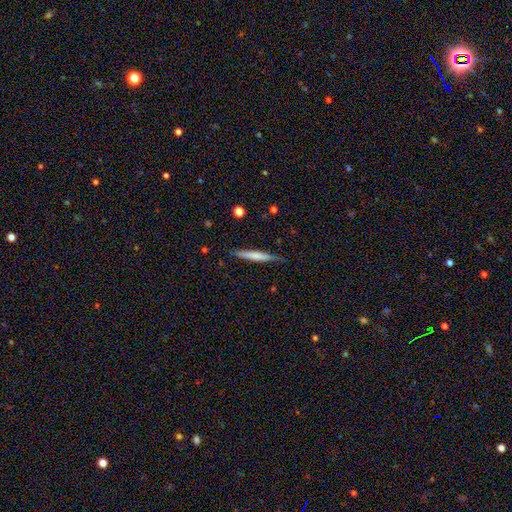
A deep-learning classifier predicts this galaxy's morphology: smooth 62%, featured or disk 33%, star or artifact 6%. Down the decision tree: how rounded — cigar-shaped (94%); merging — none (82%).